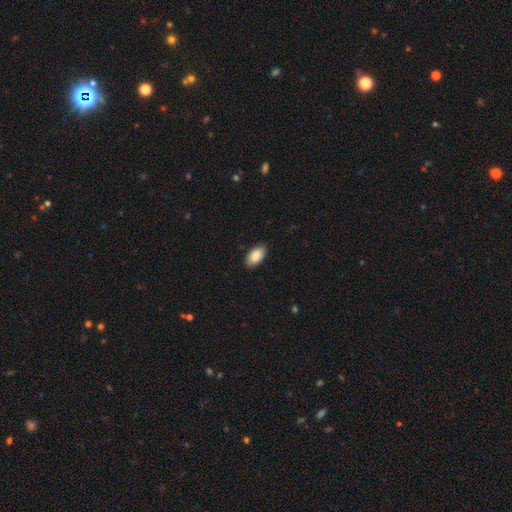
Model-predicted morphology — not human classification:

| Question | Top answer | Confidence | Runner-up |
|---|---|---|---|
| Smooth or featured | smooth | 87% | featured or disk (7%) |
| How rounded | in between | 95% | round (3%) |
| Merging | none | 89% | minor disturbance (8%) |